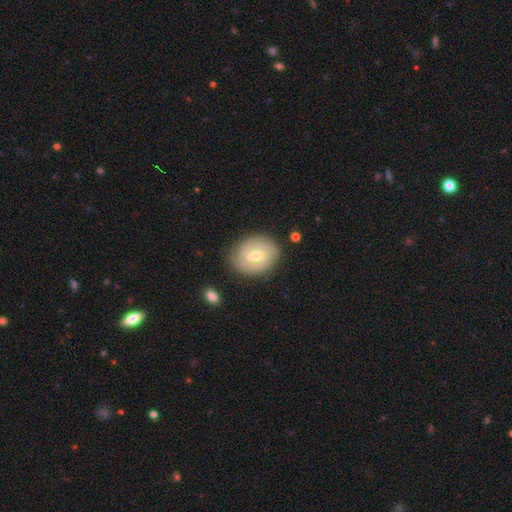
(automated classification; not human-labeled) featured or disk 76%, smooth 18%, star or artifact 6%. Down the decision tree: edge-on disk — no (97%); bar — weak (58%); spiral arms — yes (90%); spiral arm count — 2 (61%); spiral winding — tight (65%); bulge size — moderate (62%); merging — none (83%).